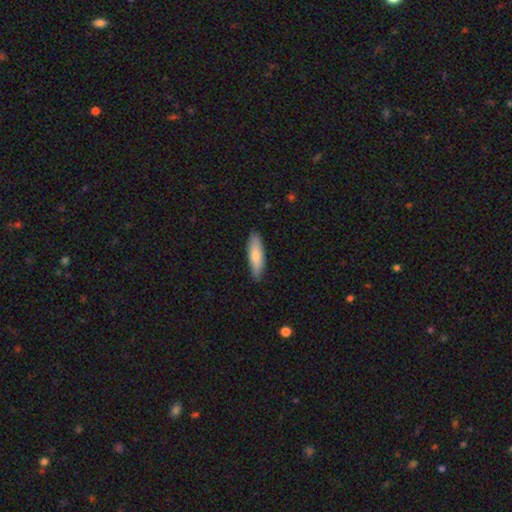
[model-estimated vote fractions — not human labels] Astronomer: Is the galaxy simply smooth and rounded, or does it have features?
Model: smooth — 81%.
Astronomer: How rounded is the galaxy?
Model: cigar-shaped — 59% (runner-up: in between, 39%).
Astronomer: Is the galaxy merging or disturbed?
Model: none — 87%.